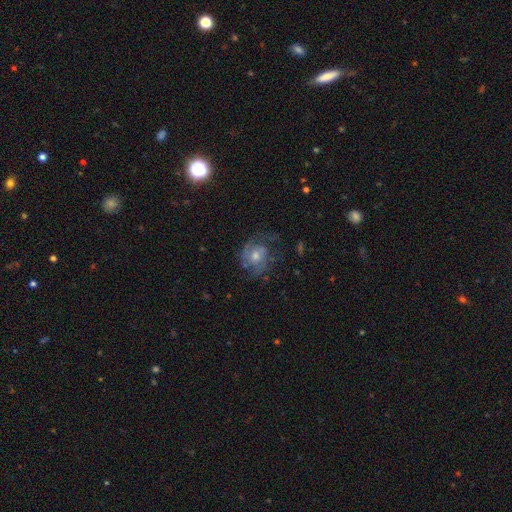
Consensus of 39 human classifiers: Overall: featured or disk (92%). Edge-on disk: no (94%). Bar: no (53%; weak 35%). Spiral arms: yes (94%). Spiral arm count: 2 (81%). Spiral winding: medium (50%; tight 28%). Bulge size: moderate (68%). Merging: none (54%; minor disturbance 31%).